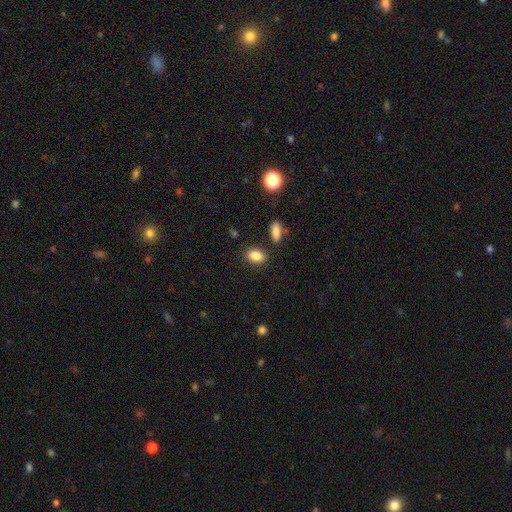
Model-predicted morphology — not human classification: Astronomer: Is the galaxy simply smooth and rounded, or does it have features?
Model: smooth — 85%.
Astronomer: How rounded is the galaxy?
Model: in between — 78%.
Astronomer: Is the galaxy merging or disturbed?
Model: none — 81%.